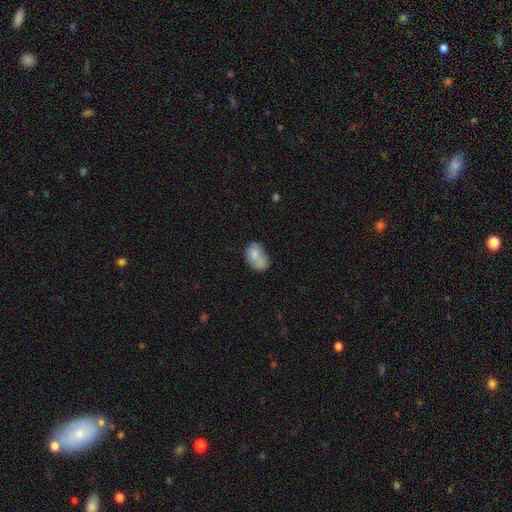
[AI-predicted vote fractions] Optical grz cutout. It shows a smooth galaxy with no disk features (72%) that is in between round and cigar-shaped (82%). Merging: none (37%).